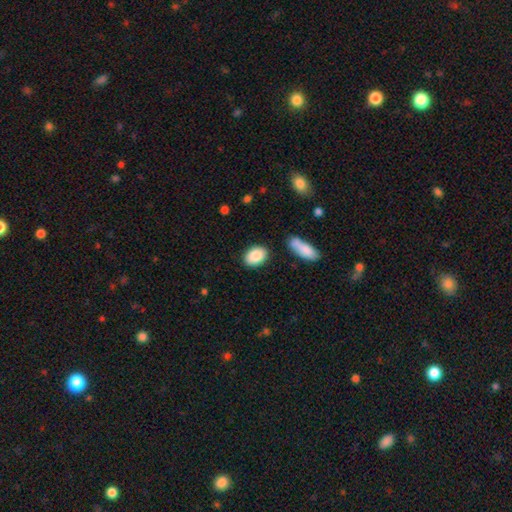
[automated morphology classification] smooth-or-featured: smooth: 88% | star or artifact: 6% | featured or disk: 6%
  how-rounded: in between: 84% | round: 14% | cigar-shaped: 2%
  merging: none: 83% | minor disturbance: 11% | merger: 4% | major disturbance: 3%